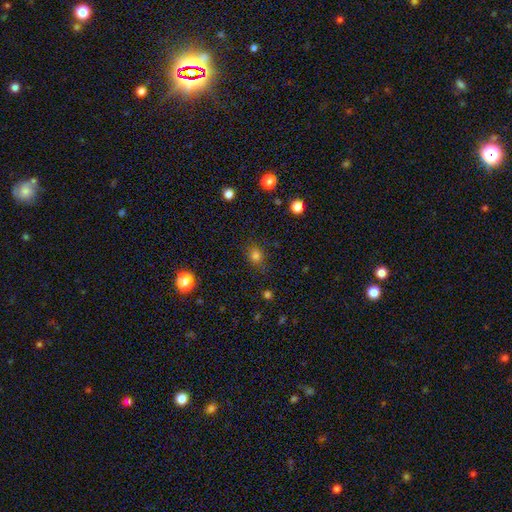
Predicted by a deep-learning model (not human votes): Morphology: type=smooth (77%); roundness=round (66%); merging=none (78%).